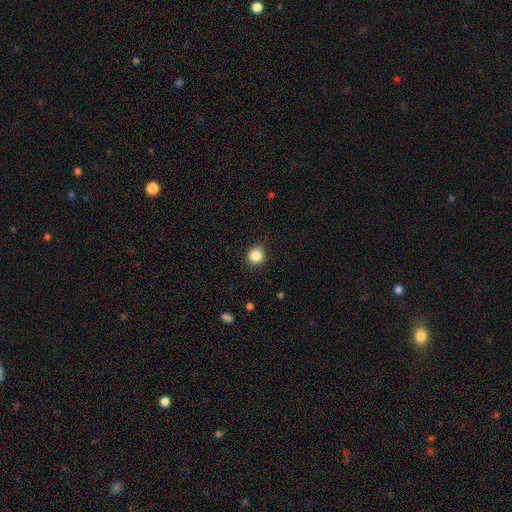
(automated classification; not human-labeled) Smooth or featured? Predicted: smooth (p=0.86). How rounded? Predicted: round (p=0.90). Merging? Predicted: none (p=0.87).